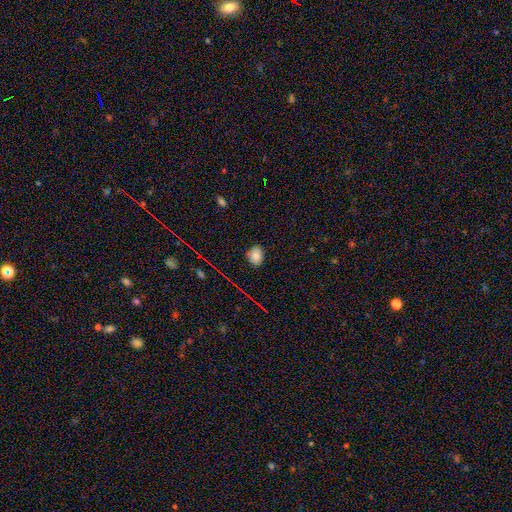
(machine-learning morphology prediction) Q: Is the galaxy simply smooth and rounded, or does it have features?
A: smooth — 81%.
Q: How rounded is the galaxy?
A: in between — 61%.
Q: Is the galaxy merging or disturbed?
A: none — 84%.